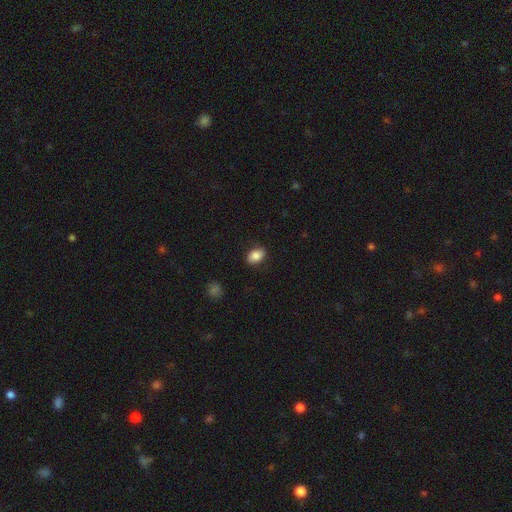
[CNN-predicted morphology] type=smooth (86%); roundness=in between (77%); merging=none (86%).